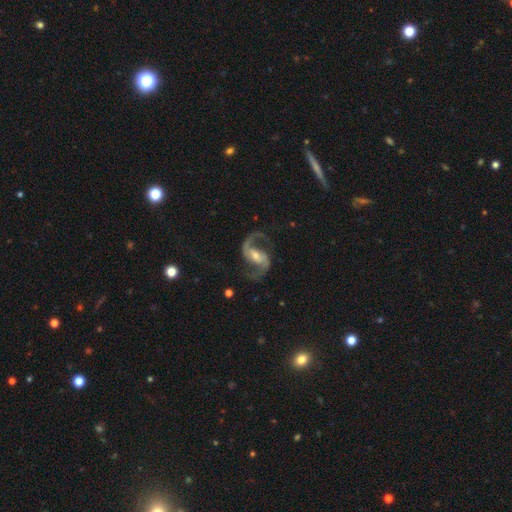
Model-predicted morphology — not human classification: Smooth or featured? featured or disk (92%)
Edge-on disk? no (98%)
Bar? weak (40%)
Spiral arms? yes (98%)
Spiral winding? medium (50%)
Spiral arm count? 2 (94%)
Bulge size? moderate (48%)
Merging? none (79%)